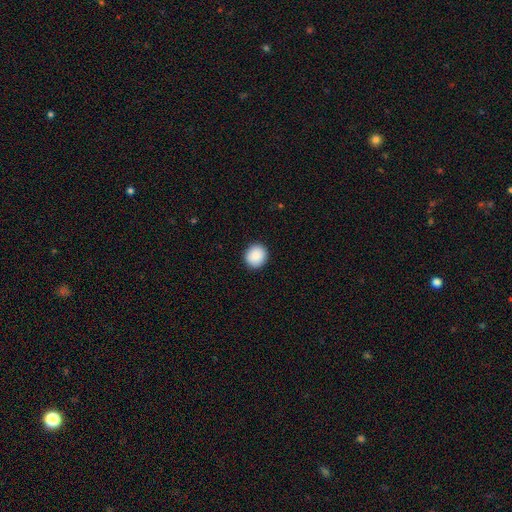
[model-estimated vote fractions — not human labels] Smooth or featured: smooth — 89% (star or artifact — 7%)
How rounded: round — 89% (in between — 10%)
Merging: none — 92% (minor disturbance — 5%)